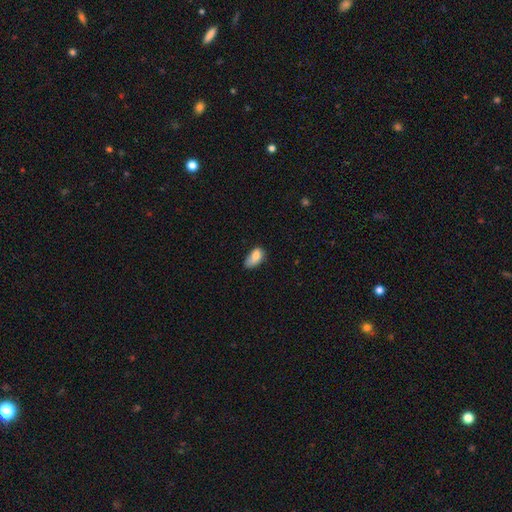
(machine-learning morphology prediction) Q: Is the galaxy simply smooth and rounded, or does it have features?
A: smooth — 79%.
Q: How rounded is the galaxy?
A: in between — 90%.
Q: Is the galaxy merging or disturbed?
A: minor disturbance — 42%.